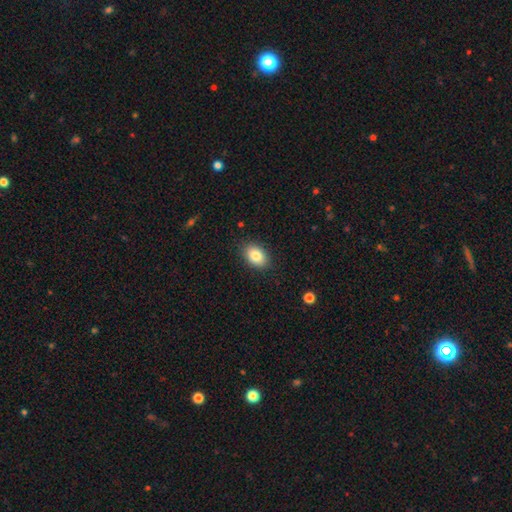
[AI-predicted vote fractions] This appears to be a smooth galaxy with no disk features (84%) that is in between round and cigar-shaped (83%). Merging: none (87%).